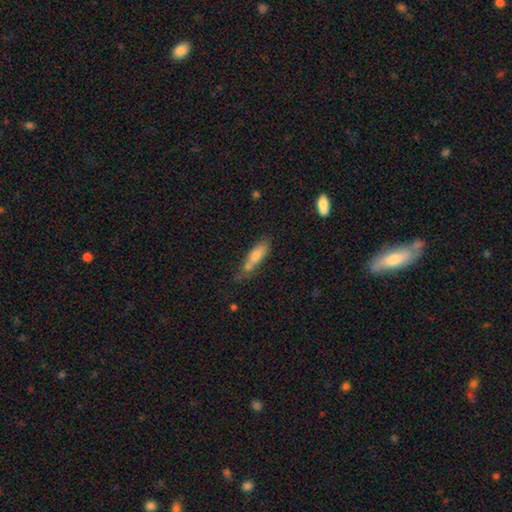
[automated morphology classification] Q: Smooth or featured?
A: smooth (69%); runner-up: featured or disk (23%)
Q: How rounded?
A: cigar-shaped (63%); runner-up: in between (35%)
Q: Merging?
A: none (48%); runner-up: minor disturbance (26%)